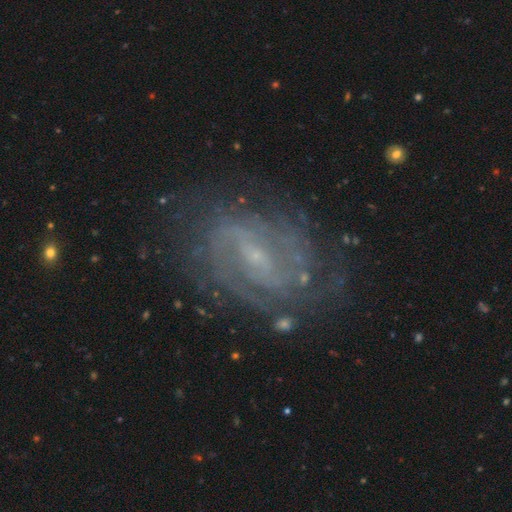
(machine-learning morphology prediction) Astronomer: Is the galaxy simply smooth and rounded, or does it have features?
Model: featured or disk — 83%.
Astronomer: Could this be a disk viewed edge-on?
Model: no — 96%.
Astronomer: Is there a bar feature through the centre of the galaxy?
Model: weak — 51% (runner-up: strong, 28%).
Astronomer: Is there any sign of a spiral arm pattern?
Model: yes — 91%.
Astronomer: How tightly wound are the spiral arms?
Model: tight — 43% (runner-up: medium, 40%).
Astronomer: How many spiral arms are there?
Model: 2 — 49% (runner-up: can't tell, 29%).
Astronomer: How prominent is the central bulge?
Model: small — 75%.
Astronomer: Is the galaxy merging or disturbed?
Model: none — 73%.